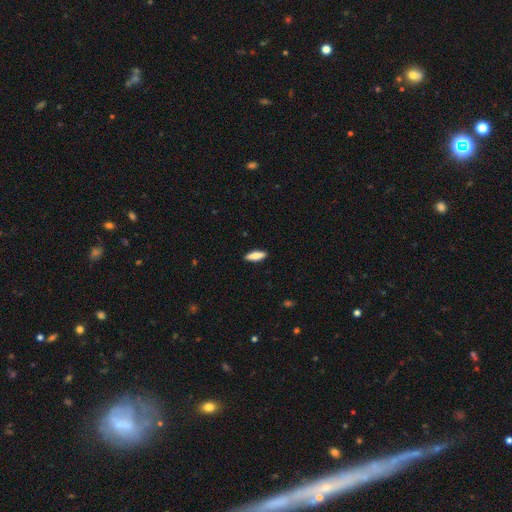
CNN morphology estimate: A smooth galaxy with no disk features (82%) that is cigar-shaped (53%).

Vote fractions:
- Smooth or featured? smooth: 82% / featured or disk: 12% / star or artifact: 6%
- How rounded? cigar-shaped: 53% / in between: 45% / round: 2%
- Merging? none: 90% / minor disturbance: 8% / major disturbance: 2% / merger: 1%